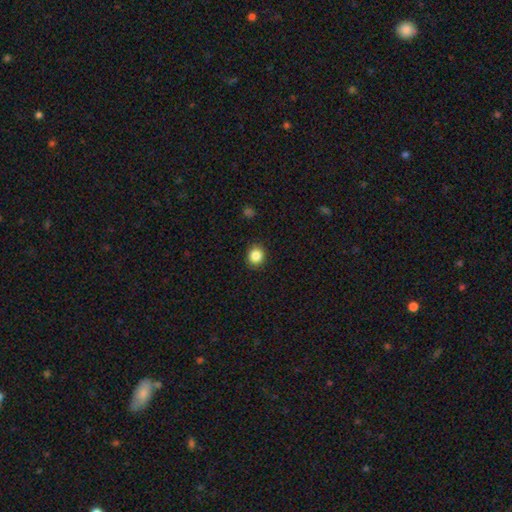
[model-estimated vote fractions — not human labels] smooth-or-featured: smooth: 86% | star or artifact: 10% | featured or disk: 4%
  how-rounded: round: 78% | in between: 21% | cigar-shaped: 1%
  merging: none: 89% | minor disturbance: 7% | major disturbance: 2% | merger: 1%